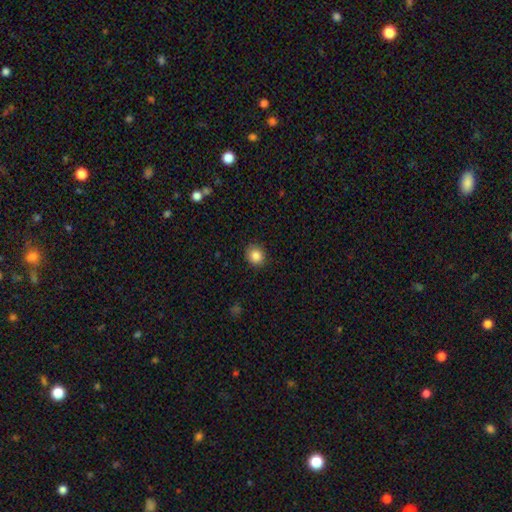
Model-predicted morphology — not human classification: Overall: smooth (86%). How rounded: round (79%). Merging: none (88%).